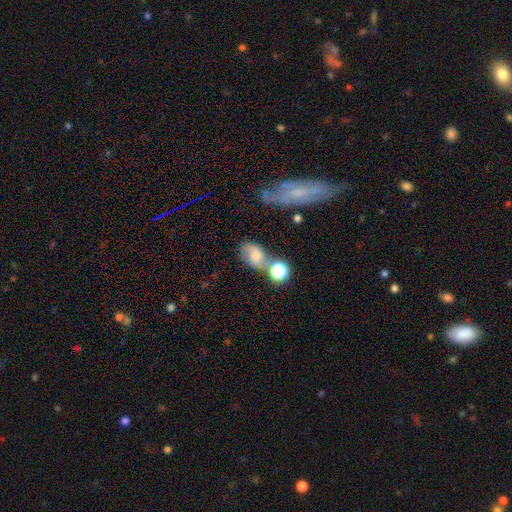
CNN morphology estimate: A smooth galaxy with no disk features (55%) that is in between round and cigar-shaped (62%). Merging: none (47%).